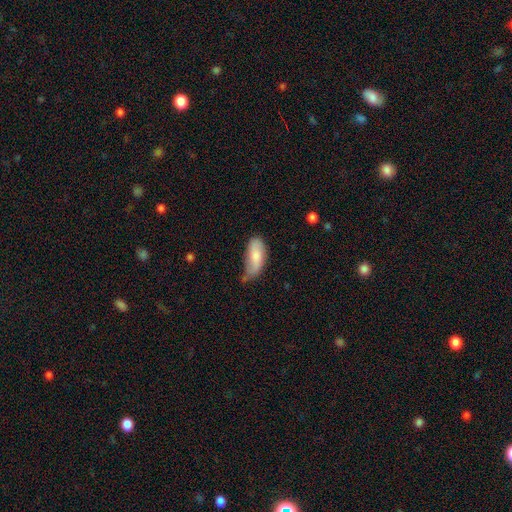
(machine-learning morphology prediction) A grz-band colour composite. It shows a smooth galaxy with no disk features (73%) that is in between round and cigar-shaped (86%). Merging: minor disturbance (42%).